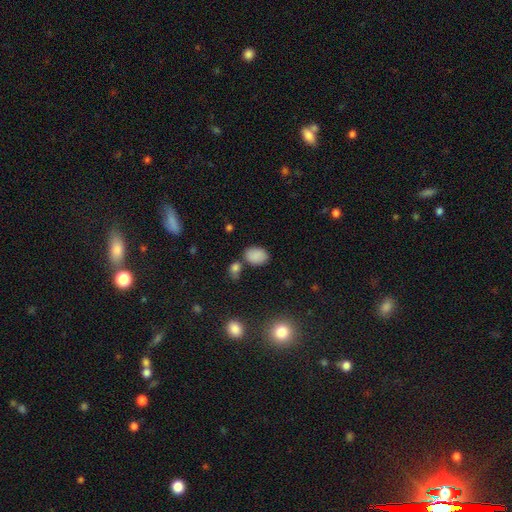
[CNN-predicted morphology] The model was most divided on "merging": none: 66%, minor disturbance: 15%, merger: 14%, major disturbance: 5%. More confident: smooth or featured — smooth (85%); how rounded — in between (82%).